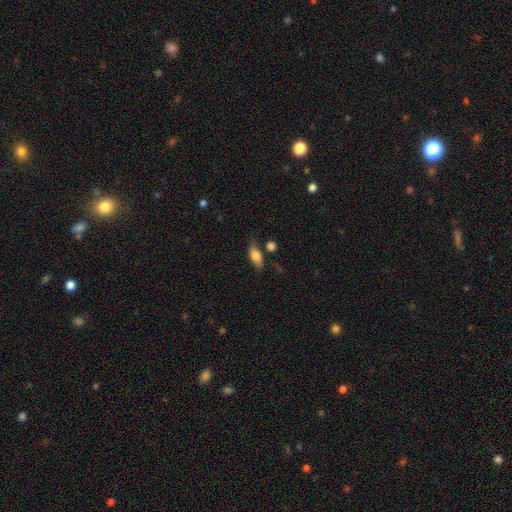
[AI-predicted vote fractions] This is likely a smooth galaxy (73%). How rounded: clearly in between (81%). Merging: likely none (67%).